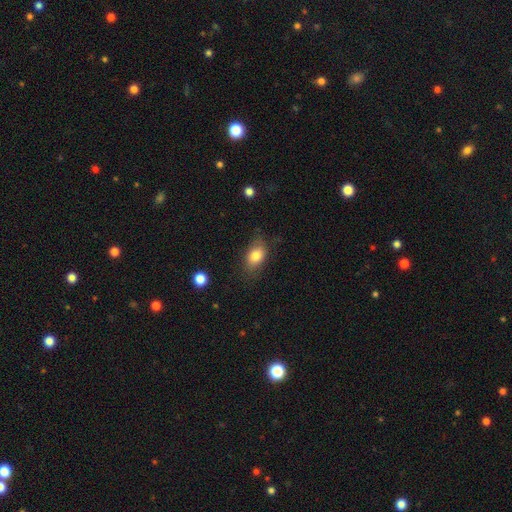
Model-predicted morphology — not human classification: Smooth or featured? Predicted: smooth (p=0.81). How rounded? Predicted: in between (p=0.84). Merging? Predicted: none (p=0.74).